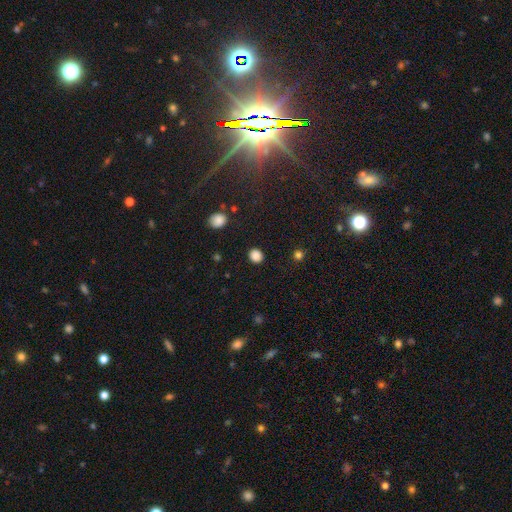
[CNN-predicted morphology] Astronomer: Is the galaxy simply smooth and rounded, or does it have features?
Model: smooth — 86%.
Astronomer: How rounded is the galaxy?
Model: round — 75%.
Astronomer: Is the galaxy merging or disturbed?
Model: none — 90%.